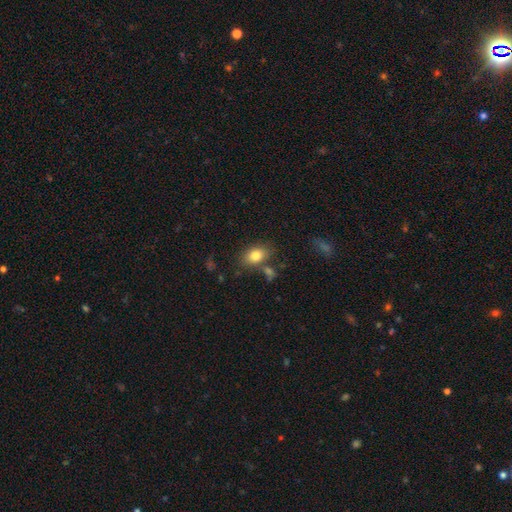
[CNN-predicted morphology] Q: Smooth or featured?
A: smooth (82%); runner-up: featured or disk (9%)
Q: How rounded?
A: in between (82%); runner-up: round (17%)
Q: Merging?
A: none (73%); runner-up: minor disturbance (14%)